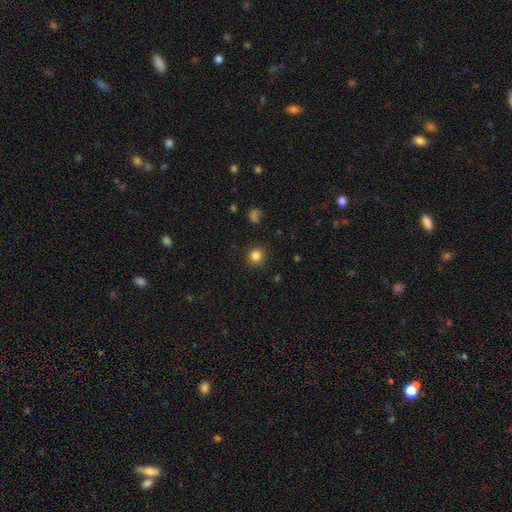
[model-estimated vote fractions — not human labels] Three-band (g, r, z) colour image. It shows a smooth galaxy with no disk features (84%) that is round (90%). Merging: none (88%).